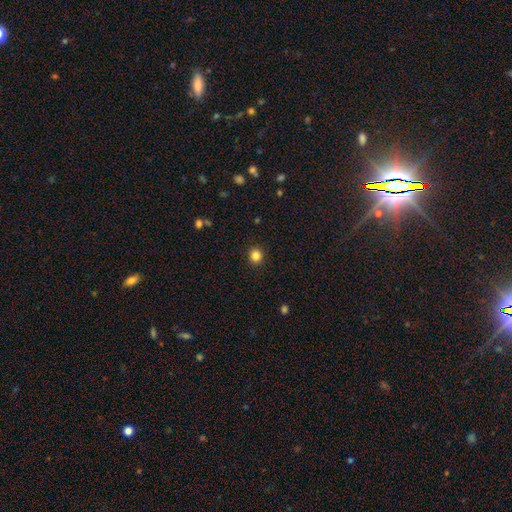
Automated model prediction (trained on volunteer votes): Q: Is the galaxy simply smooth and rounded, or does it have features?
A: smooth — 84%.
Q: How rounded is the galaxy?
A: round — 89%.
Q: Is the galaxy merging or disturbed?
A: none — 92%.